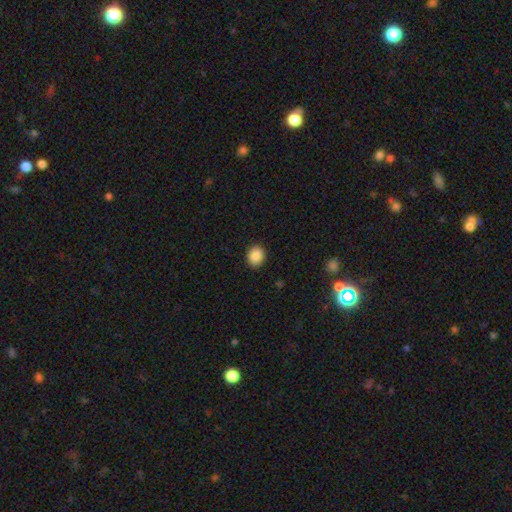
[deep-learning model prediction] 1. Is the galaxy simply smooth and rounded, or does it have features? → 88% smooth, 8% star or artifact, 3% featured or disk.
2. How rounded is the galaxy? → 58% round, 41% in between, 1% cigar-shaped.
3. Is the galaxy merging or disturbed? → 91% none, 7% minor disturbance, 2% major disturbance, 1% merger.